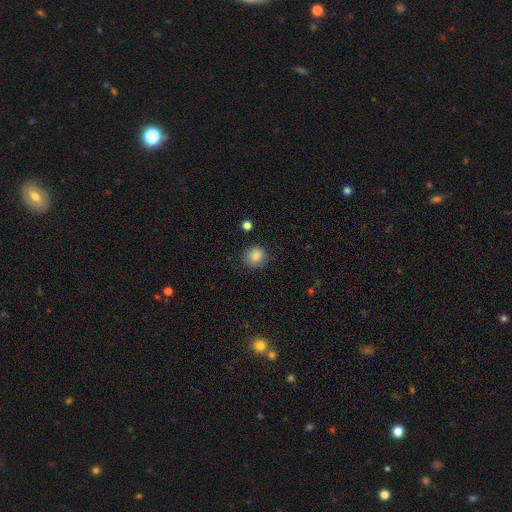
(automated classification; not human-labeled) This is clearly a smooth galaxy (84%). How rounded: clearly round (84%). Merging: clearly none (85%).